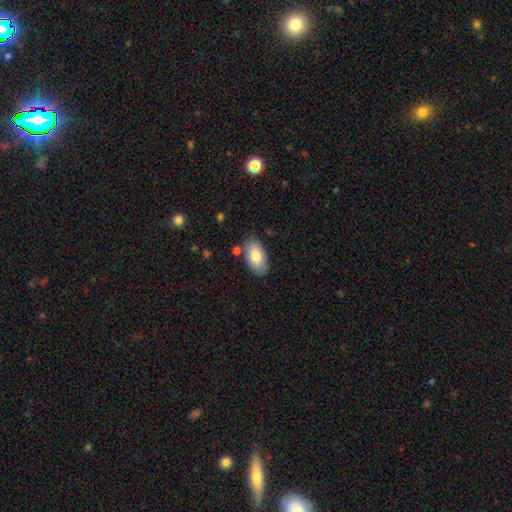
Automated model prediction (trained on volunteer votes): smooth_or_featured: smooth (p=0.82) [alt: featured or disk p=0.12]
how_rounded: in between (p=0.95) [alt: round p=0.03]
merging: none (p=0.81) [alt: minor disturbance p=0.12]